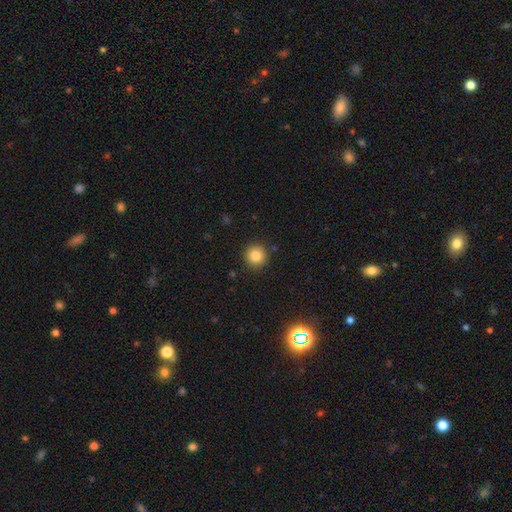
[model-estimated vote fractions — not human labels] Morphology: type=smooth (85%); roundness=round (94%); merging=none (90%).